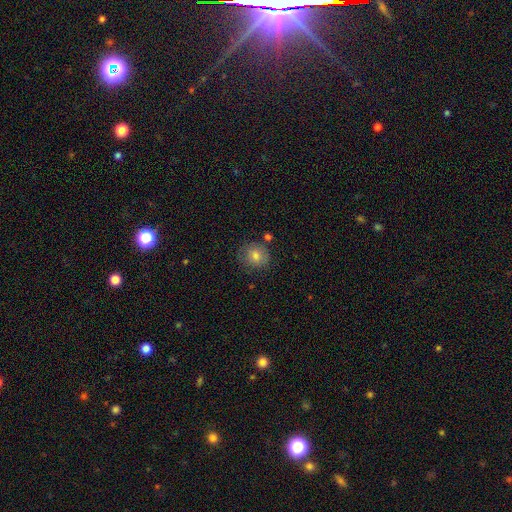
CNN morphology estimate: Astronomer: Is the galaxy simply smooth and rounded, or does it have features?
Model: smooth — 74%.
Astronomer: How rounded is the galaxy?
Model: round — 85%.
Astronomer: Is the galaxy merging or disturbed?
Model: none — 80%.